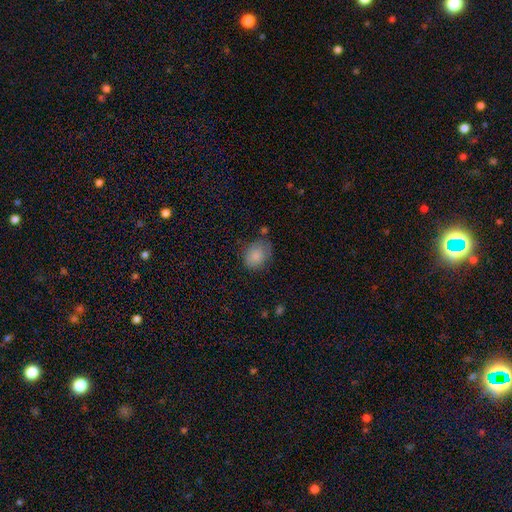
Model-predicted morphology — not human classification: A smooth galaxy with no disk features (85%) that is in between round and cigar-shaped (59%).

Vote fractions:
- Smooth or featured? smooth: 85% / star or artifact: 8% / featured or disk: 8%
- How rounded? in between: 59% / round: 40% / cigar-shaped: 1%
- Merging? none: 60% / minor disturbance: 27% / major disturbance: 8% / merger: 5%